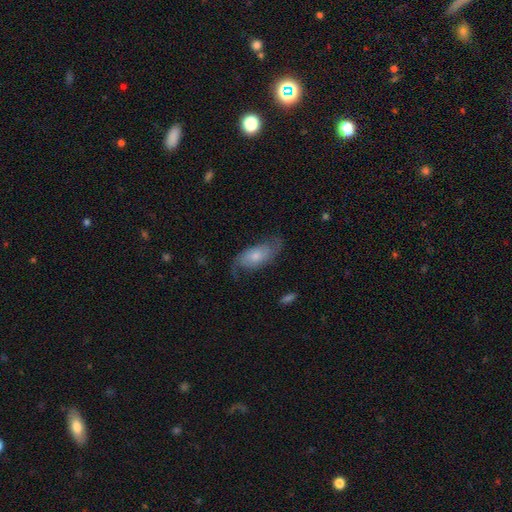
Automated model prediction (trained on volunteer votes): Smooth or featured? Predicted: featured or disk (p=0.66). Edge-on disk? Predicted: no (p=0.93). Bar? Predicted: no (p=0.68). Spiral arms? Predicted: yes (p=0.92). Spiral winding? Predicted: loose (p=0.46). Spiral arm count? Predicted: 2 (p=0.86). Bulge size? Predicted: small (p=0.44). Merging? Predicted: none (p=0.67).